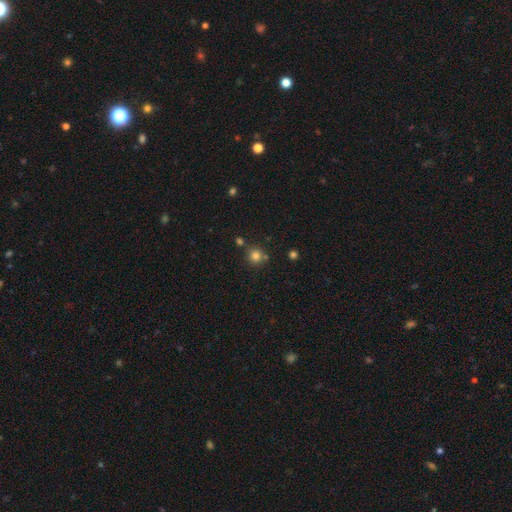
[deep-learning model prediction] smooth_or_featured: smooth (p=0.79) [alt: star or artifact p=0.14]
how_rounded: round (p=0.92) [alt: in between p=0.07]
merging: none (p=0.75) [alt: merger p=0.12]